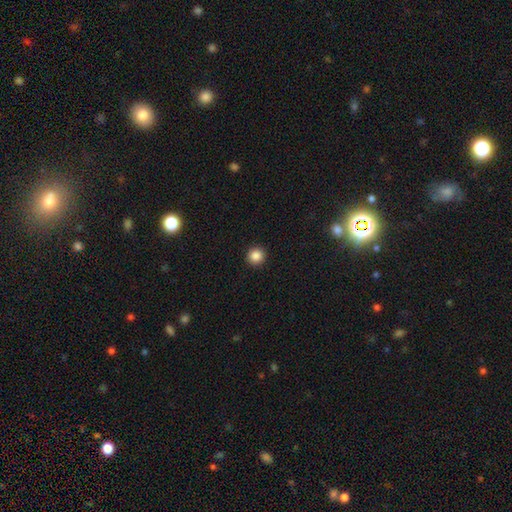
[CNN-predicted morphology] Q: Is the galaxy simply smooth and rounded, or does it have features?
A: smooth — 86%.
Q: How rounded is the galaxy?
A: round — 95%.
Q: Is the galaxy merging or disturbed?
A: none — 93%.